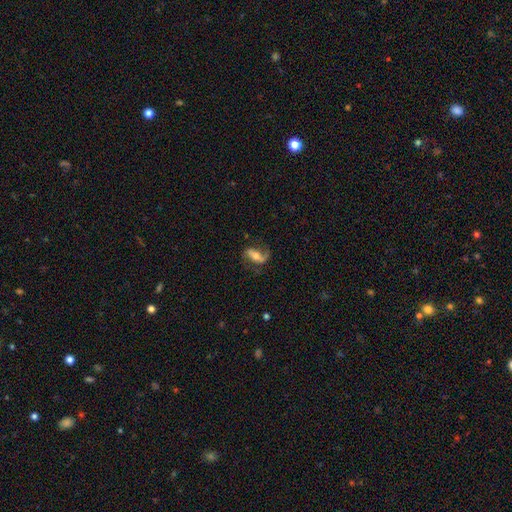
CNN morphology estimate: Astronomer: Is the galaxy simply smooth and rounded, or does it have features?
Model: featured or disk — 67%.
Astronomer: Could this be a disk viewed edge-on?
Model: no — 92%.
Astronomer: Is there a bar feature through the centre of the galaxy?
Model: strong — 40% (runner-up: weak, 30%).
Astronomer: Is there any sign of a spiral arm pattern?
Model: yes — 89%.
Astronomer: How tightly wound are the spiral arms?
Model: loose — 54% (runner-up: medium, 33%).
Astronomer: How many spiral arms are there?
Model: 2 — 72%.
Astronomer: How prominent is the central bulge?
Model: moderate — 54% (runner-up: small, 33%).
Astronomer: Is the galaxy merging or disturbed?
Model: none — 62%.